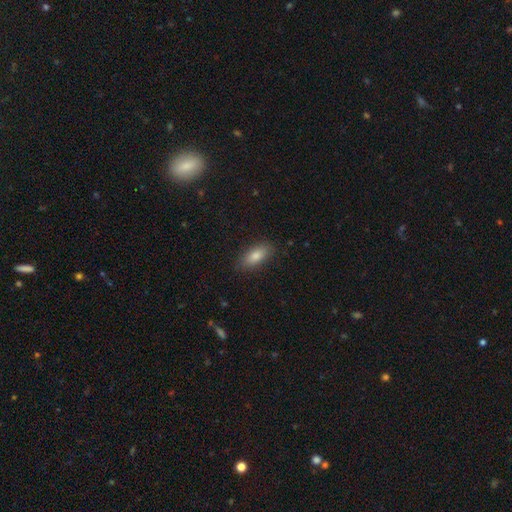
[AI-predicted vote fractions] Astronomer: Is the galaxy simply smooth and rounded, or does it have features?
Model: smooth — 80%.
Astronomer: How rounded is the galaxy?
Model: in between — 81%.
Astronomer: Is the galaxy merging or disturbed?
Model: none — 86%.